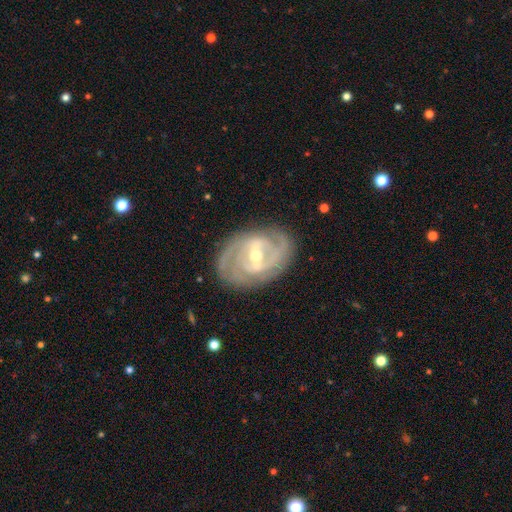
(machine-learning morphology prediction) A featured or disk galaxy (89%) with a strong bar (54%), 2 (47%) tight (61%) spiral arms (94%) and a small central bulge (48%, tied with moderate). Merging: none (80%).